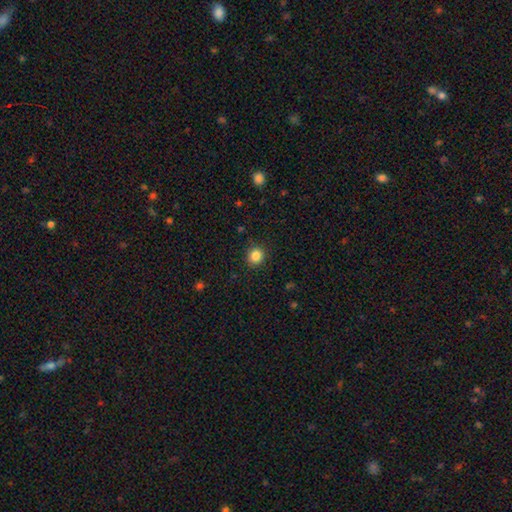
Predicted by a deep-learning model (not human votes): Overall: smooth (85%). How rounded: round (88%). Merging: none (90%).